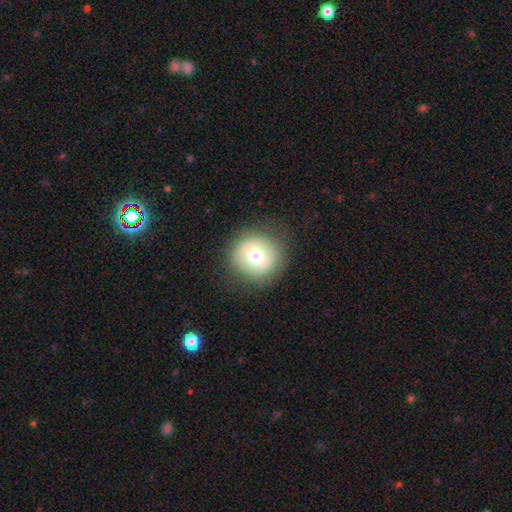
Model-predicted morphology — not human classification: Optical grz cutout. It shows a smooth galaxy with no disk features (65%) that is round (92%). Merging: none (86%).